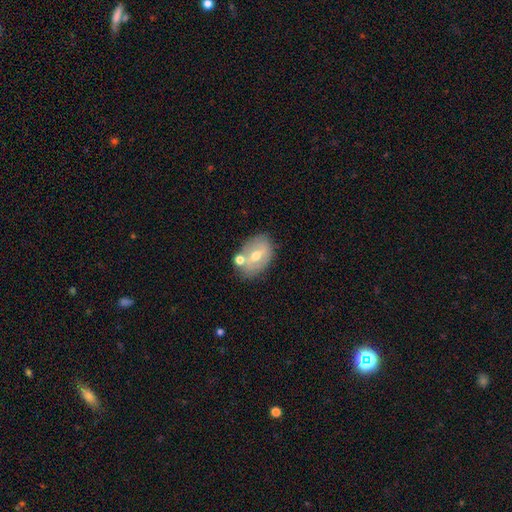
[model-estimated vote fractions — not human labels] Smooth or featured?
  - smooth: 46% *
  - featured or disk: 45%
  - star or artifact: 9%
Merging?
  - none: 63% *
  - merger: 16%
  - minor disturbance: 16%
  - major disturbance: 5%